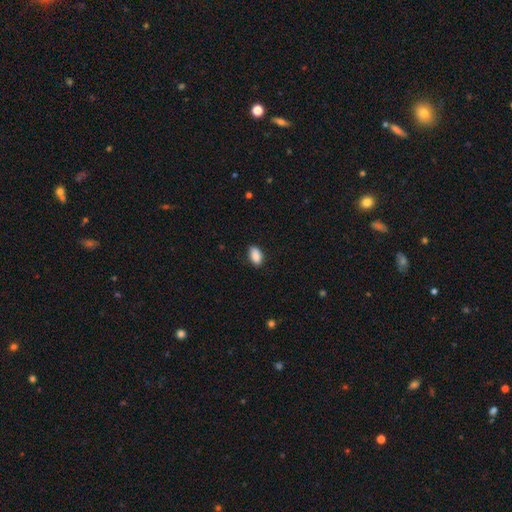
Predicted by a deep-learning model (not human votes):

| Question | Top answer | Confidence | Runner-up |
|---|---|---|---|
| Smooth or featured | smooth | 89% | star or artifact (7%) |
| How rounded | in between | 92% | round (6%) |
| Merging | none | 83% | minor disturbance (14%) |